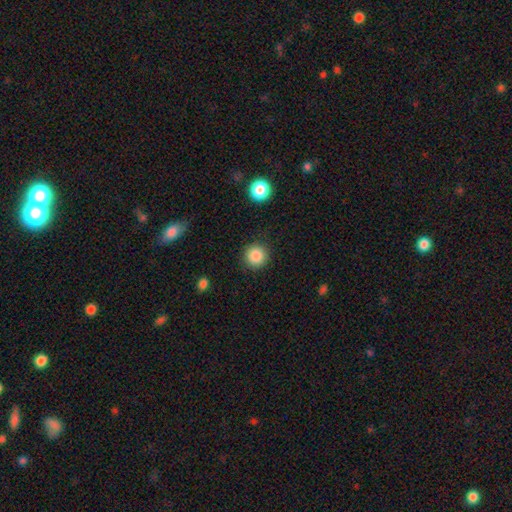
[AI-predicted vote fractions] Overall: smooth (85%). How rounded: round (95%). Merging: none (90%).